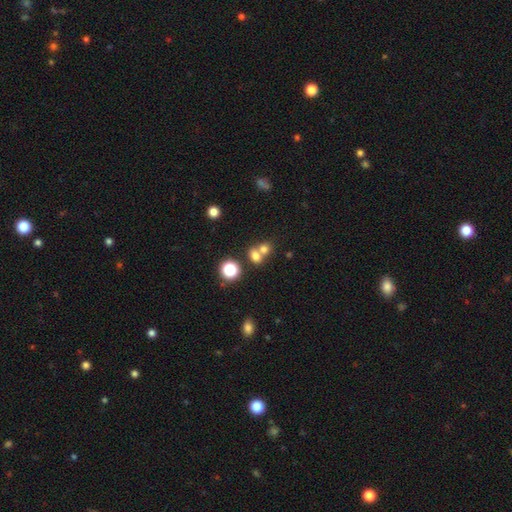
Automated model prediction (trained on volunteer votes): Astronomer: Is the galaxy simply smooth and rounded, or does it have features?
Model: smooth — 72%.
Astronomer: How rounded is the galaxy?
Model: round — 54% (runner-up: in between, 44%).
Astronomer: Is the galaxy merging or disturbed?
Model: merger — 52% (runner-up: none, 38%).